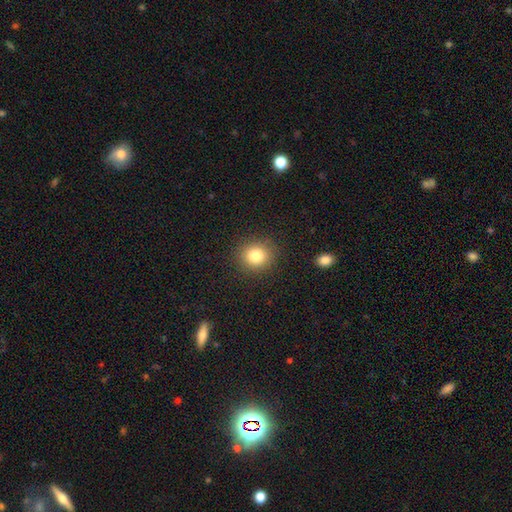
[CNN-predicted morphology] type=smooth (81%); roundness=round (84%); merging=none (89%).